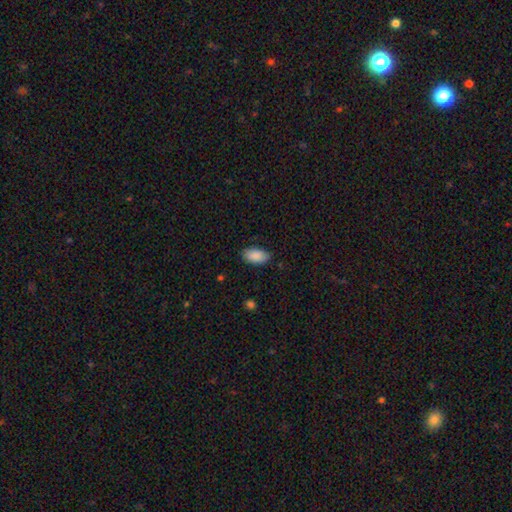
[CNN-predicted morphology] type=smooth (89%); roundness=in between (95%); merging=none (83%).